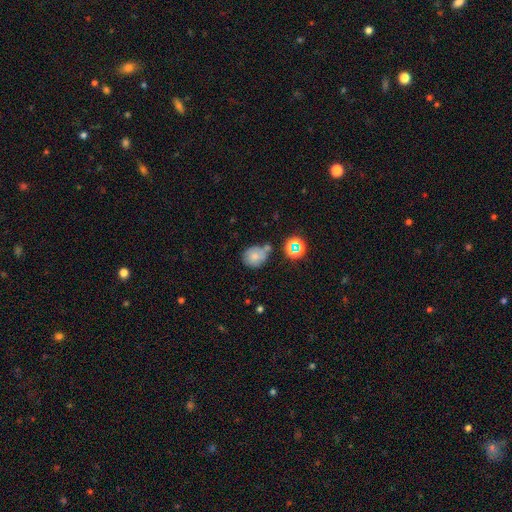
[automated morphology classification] This appears to be a smooth galaxy with no disk features (68%) that is round (71%). Merging: none (49%).